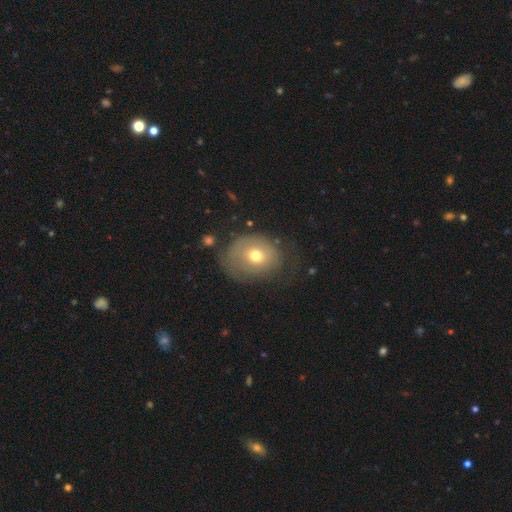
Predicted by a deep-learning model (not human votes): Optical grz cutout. It shows a smooth galaxy with no disk features (62%) that is round (57%). Merging: none (50%).